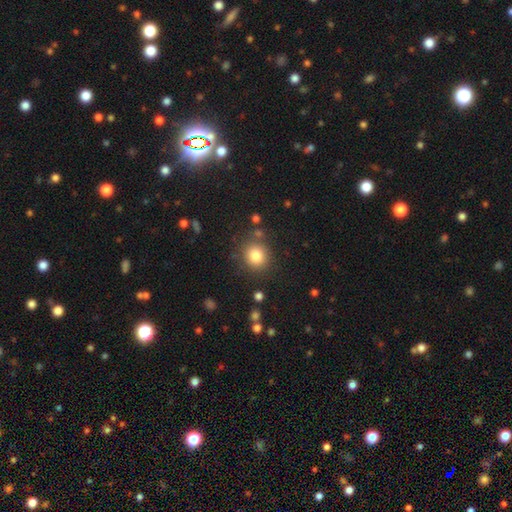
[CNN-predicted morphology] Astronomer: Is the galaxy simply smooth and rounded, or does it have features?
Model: smooth — 82%.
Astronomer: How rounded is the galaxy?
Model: round — 85%.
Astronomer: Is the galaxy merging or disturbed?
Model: none — 82%.